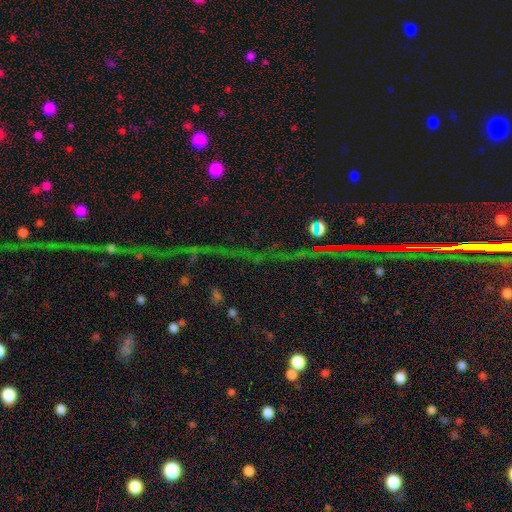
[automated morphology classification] Smooth or featured?
  - star or artifact: 75% *
  - featured or disk: 13%
  - smooth: 12%